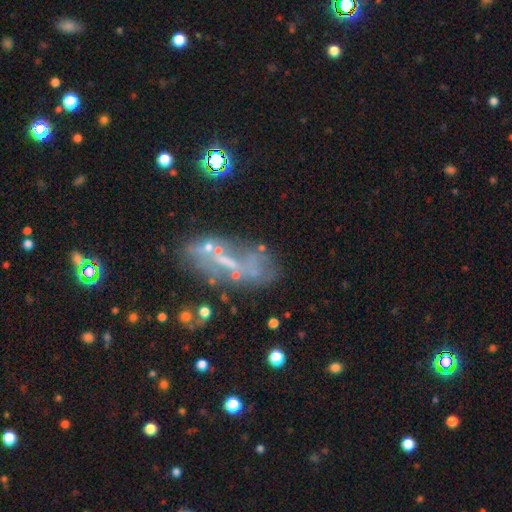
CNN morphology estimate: type=featured or disk (53%); edge-on=no (88%); merging=none (42%).